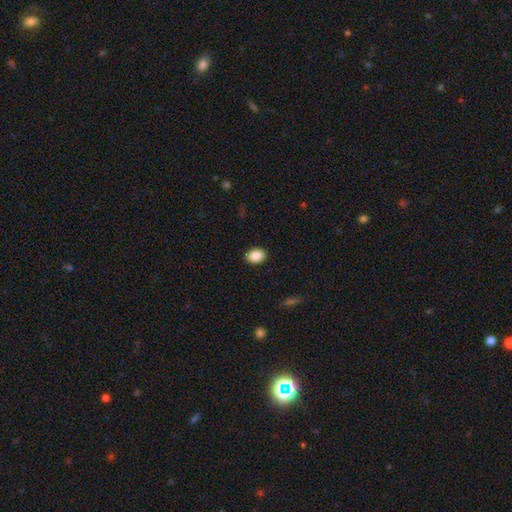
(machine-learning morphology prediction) The model was most divided on "how rounded": in between: 71%, round: 28%, cigar-shaped: 1%. More confident: merging — none (90%); smooth or featured — smooth (87%).